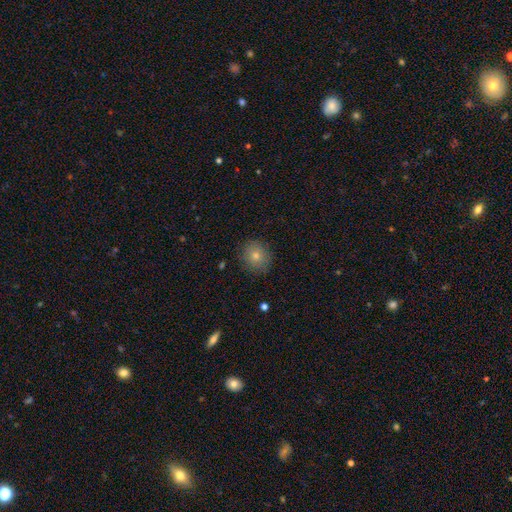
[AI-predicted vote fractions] Smooth or featured: smooth — 75% (star or artifact — 14%)
How rounded: round — 87% (in between — 12%)
Merging: none — 88% (minor disturbance — 9%)